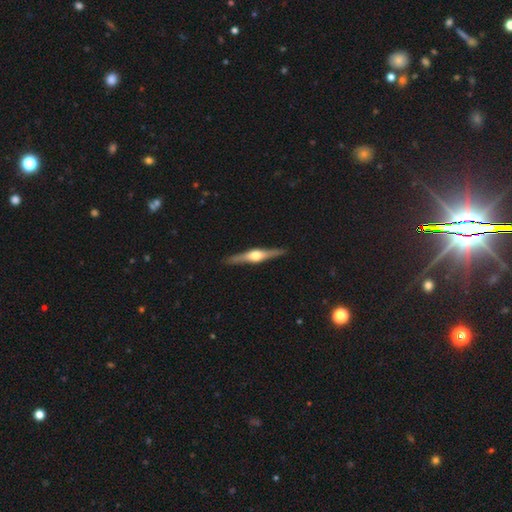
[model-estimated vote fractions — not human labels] Q: Smooth or featured?
A: featured or disk (74%); runner-up: smooth (21%)
Q: Edge-on disk?
A: yes (97%); runner-up: no (3%)
Q: Edge-on bulge?
A: rounded (94%); runner-up: boxy (4%)
Q: Merging?
A: none (91%); runner-up: minor disturbance (7%)